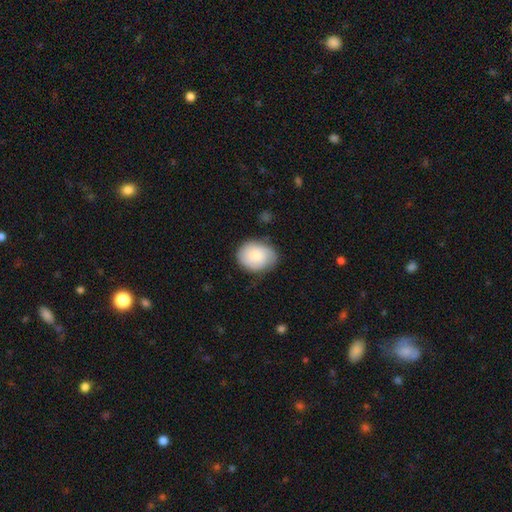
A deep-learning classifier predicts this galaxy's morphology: Smooth or featured: smooth — 66% (featured or disk — 27%)
How rounded: in between — 53% (round — 46%)
Merging: none — 73% (minor disturbance — 21%)